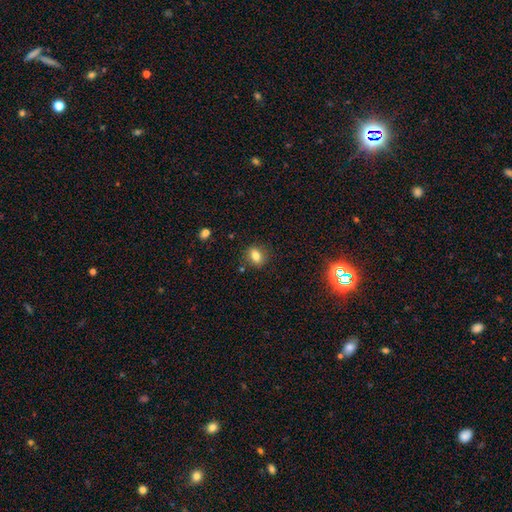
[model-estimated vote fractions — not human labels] Morphology: type=smooth (79%); roundness=in between (57%); merging=none (82%).